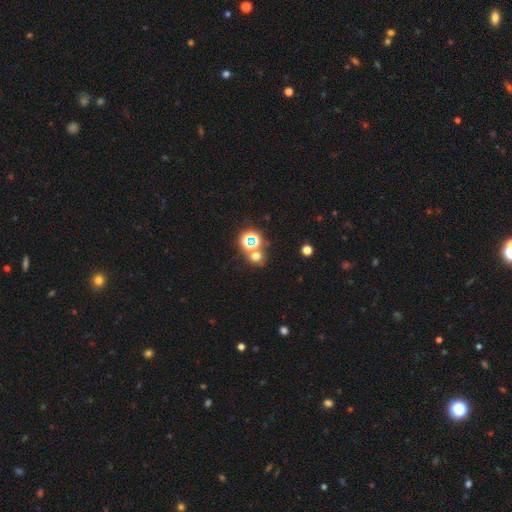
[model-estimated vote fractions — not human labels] Q: Smooth or featured?
A: smooth (49%); runner-up: star or artifact (42%)
Q: Merging?
A: none (64%); runner-up: merger (23%)